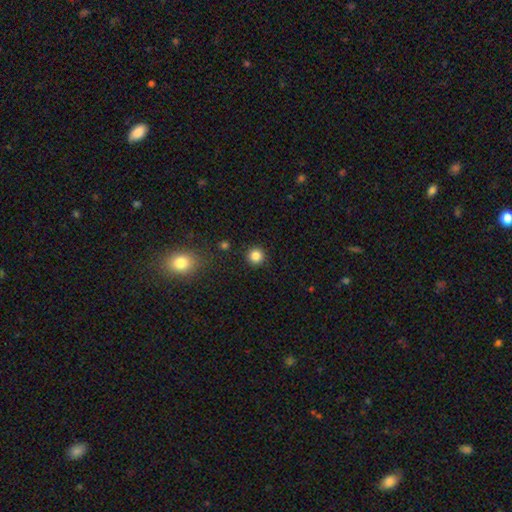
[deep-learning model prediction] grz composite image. It shows a smooth galaxy with no disk features (84%) that is round (95%). Merging: none (91%).